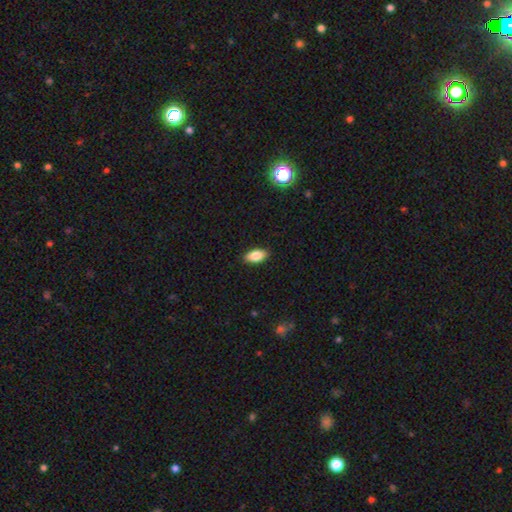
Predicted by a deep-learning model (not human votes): This is clearly a smooth galaxy (84%). How rounded: clearly in between (92%). Merging: clearly none (89%).